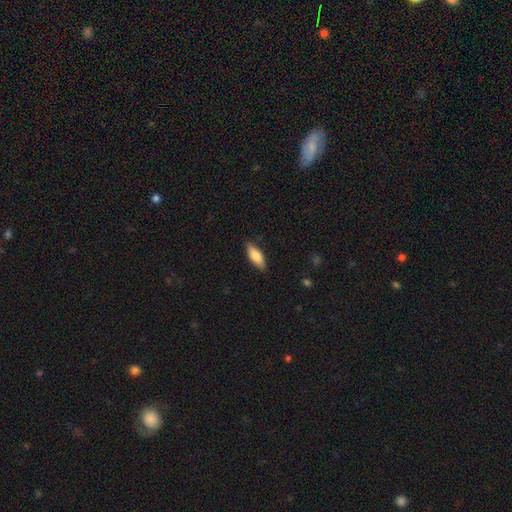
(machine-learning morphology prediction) Smooth or featured?
  - smooth: 79% *
  - featured or disk: 15%
  - star or artifact: 6%
How rounded?
  - in between: 67% *
  - cigar-shaped: 31%
  - round: 2%
Merging?
  - none: 83% *
  - minor disturbance: 13%
  - major disturbance: 2%
  - merger: 1%